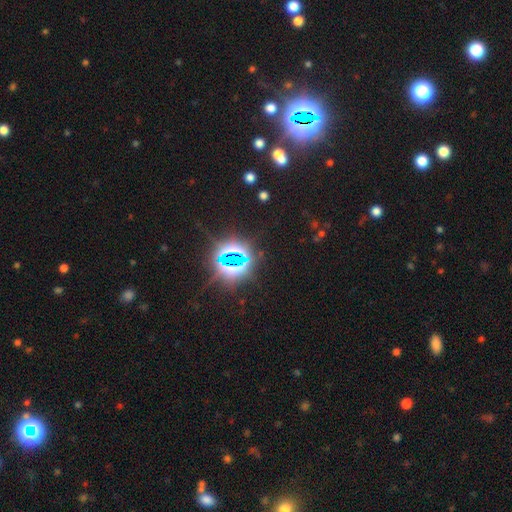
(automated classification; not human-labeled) A star or artifact, not a galaxy (76%).

Vote fractions:
- Smooth or featured? star or artifact: 76% / smooth: 16% / featured or disk: 8%